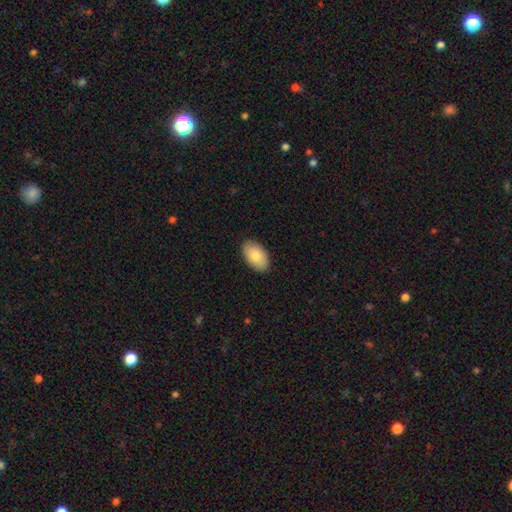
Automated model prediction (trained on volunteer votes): Smooth or featured: smooth — 85% (featured or disk — 10%)
How rounded: in between — 94% (round — 5%)
Merging: none — 88% (minor disturbance — 9%)